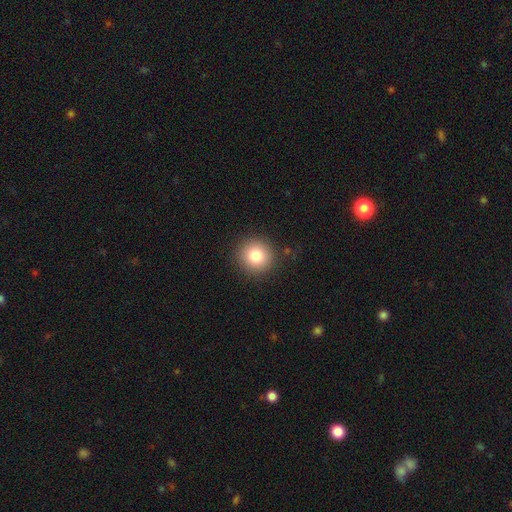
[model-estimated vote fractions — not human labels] Overall: smooth (81%). How rounded: round (93%). Merging: none (90%).